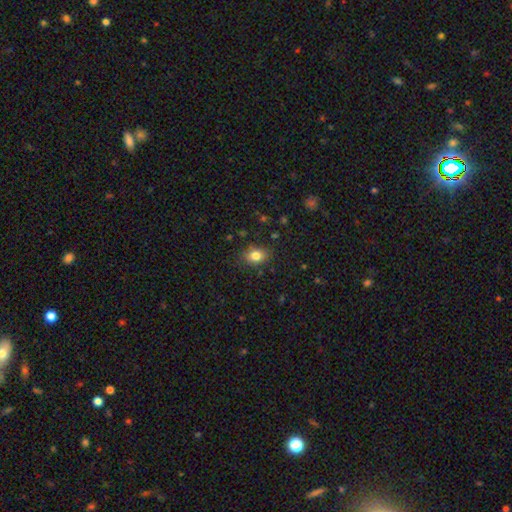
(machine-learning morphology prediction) Overall: smooth (82%). How rounded: in between (62%; round 37%). Merging: none (83%).